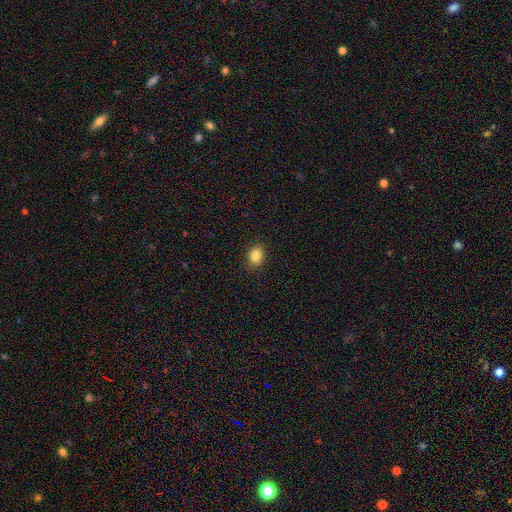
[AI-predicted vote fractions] A smooth galaxy with no disk features (85%) that is in between round and cigar-shaped (57%). Merging: none (89%).